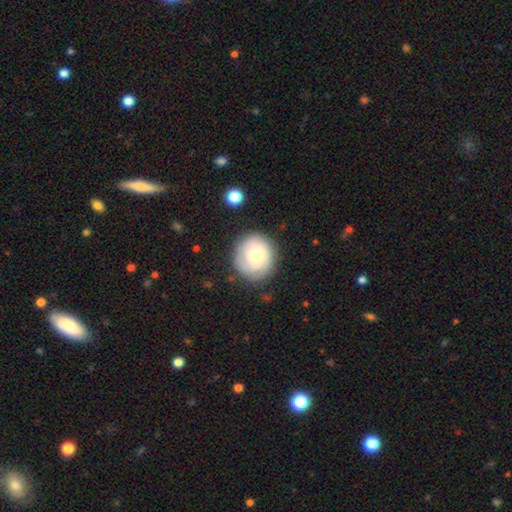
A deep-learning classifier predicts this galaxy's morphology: Smooth or featured?
  - featured or disk: 59% *
  - smooth: 34%
  - star or artifact: 7%
Edge-on disk?
  - no: 98% *
  - yes: 2%
Bar?
  - no: 73% *
  - weak: 24%
  - strong: 3%
Spiral arms?
  - yes: 91% *
  - no: 9%
Spiral winding?
  - tight: 63% *
  - medium: 28%
  - loose: 8%
Spiral arm count?
  - can't tell: 31% * (tied)
  - 3: 31% * (tied)
  - 2: 17%
  - 4: 10%
  - 1: 6%
  - more than 4: 5%
Bulge size?
  - moderate: 50% *
  - small: 32%
  - large: 14%
  - none: 3%
  - dominant: 2%
Merging?
  - none: 81% *
  - minor disturbance: 13%
  - major disturbance: 5%
  - merger: 2%